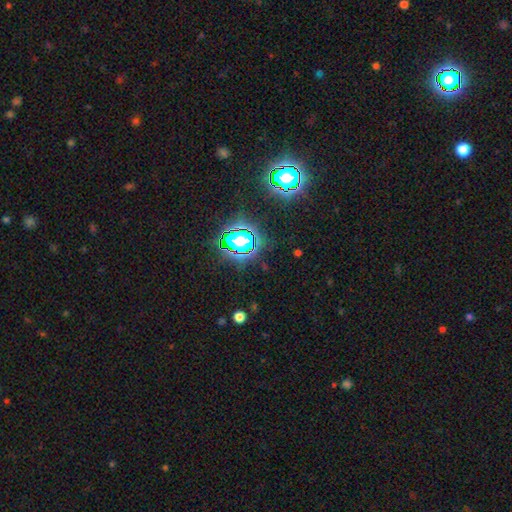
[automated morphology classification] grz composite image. It shows a star or artifact, not a galaxy (80%).